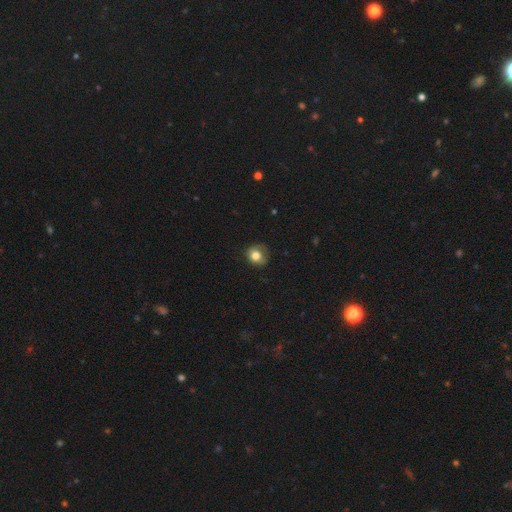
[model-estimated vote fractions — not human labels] The model was most divided on "merging": none: 65%, minor disturbance: 25%, major disturbance: 9%, merger: 1%. More confident: how rounded — round (79%); smooth or featured — smooth (77%).